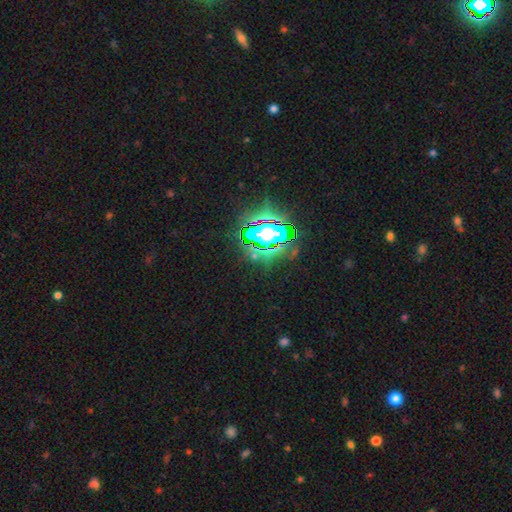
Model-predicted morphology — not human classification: Smooth or featured?
  - star or artifact: 69% *
  - smooth: 16%
  - featured or disk: 15%